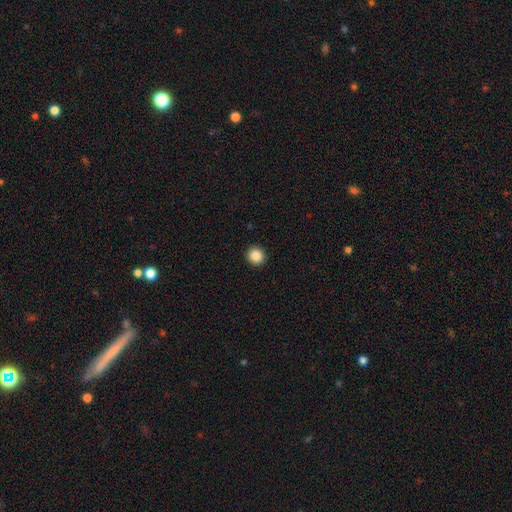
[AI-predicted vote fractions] Smooth or featured: smooth — 88% (star or artifact — 9%)
How rounded: round — 93% (in between — 7%)
Merging: none — 93% (minor disturbance — 5%)